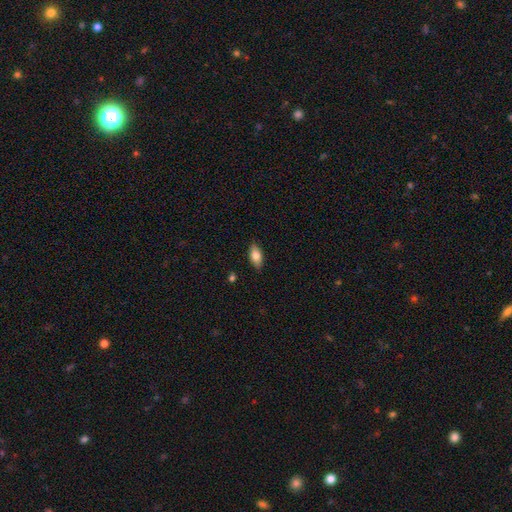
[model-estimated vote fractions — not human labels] Smooth or featured? Predicted: smooth (p=0.77). How rounded? Predicted: in between (p=0.87). Merging? Predicted: none (p=0.85).